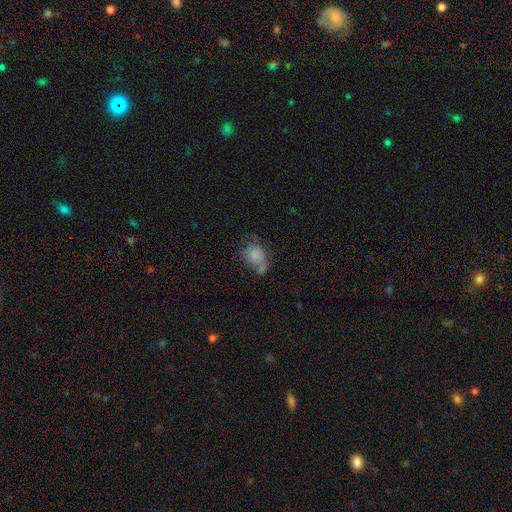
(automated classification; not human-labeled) This is likely a smooth galaxy (74%). How rounded: likely in between (63%). Merging: marginally none (40%).